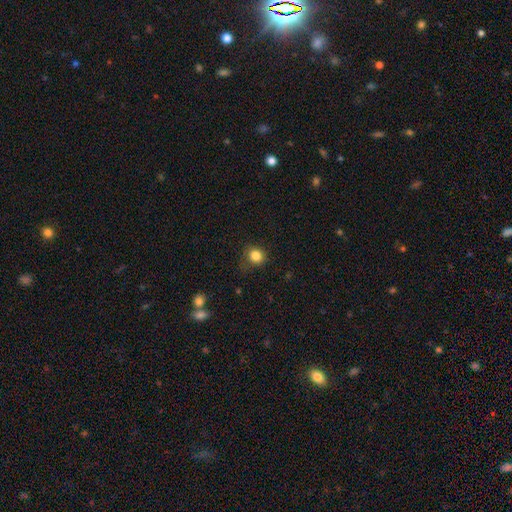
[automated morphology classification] Smooth or featured?
  - smooth: 84% *
  - star or artifact: 11%
  - featured or disk: 5%
How rounded?
  - round: 83% *
  - in between: 16%
  - cigar-shaped: 1%
Merging?
  - none: 78% *
  - minor disturbance: 16%
  - major disturbance: 5%
  - merger: 1%